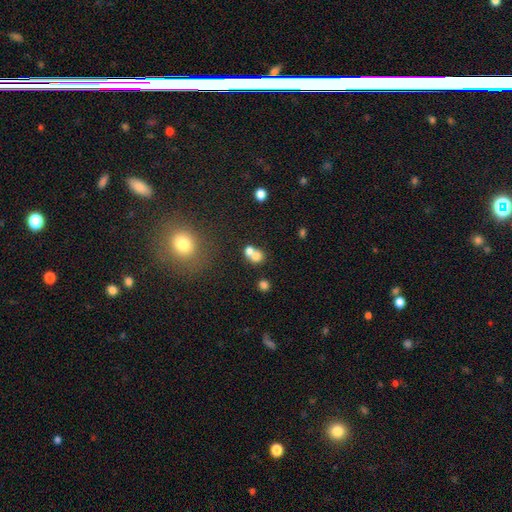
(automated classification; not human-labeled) Q: Smooth or featured?
A: smooth (72%); runner-up: featured or disk (15%)
Q: How rounded?
A: round (70%); runner-up: in between (29%)
Q: Merging?
A: merger (58%); runner-up: none (31%)